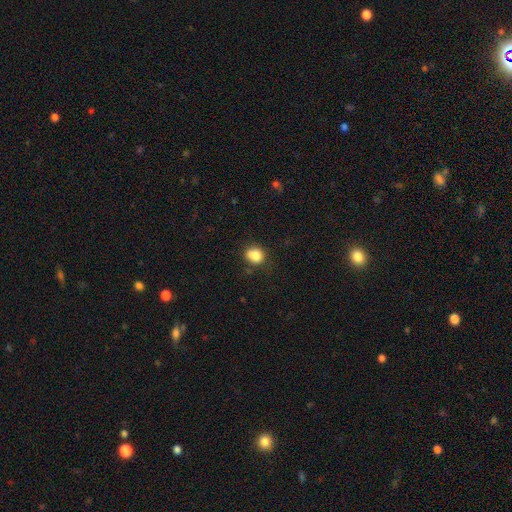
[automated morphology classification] A smooth galaxy with no disk features (83%) that is round (65%).

Vote fractions:
- Smooth or featured? smooth: 83% / star or artifact: 10% / featured or disk: 7%
- How rounded? round: 65% / in between: 34% / cigar-shaped: 1%
- Merging? none: 63% / minor disturbance: 23% / merger: 8% / major disturbance: 6%